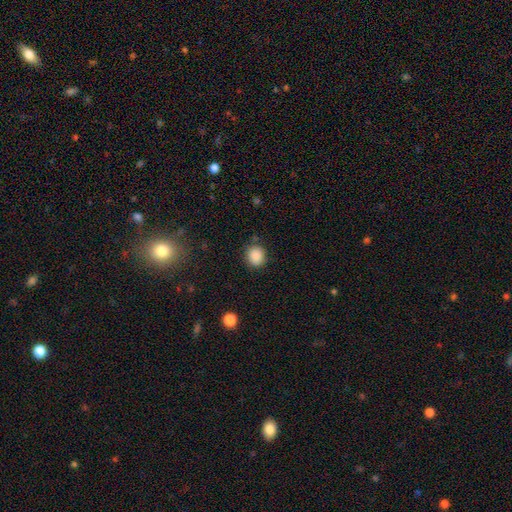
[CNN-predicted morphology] Smooth or featured: smooth — 88% (star or artifact — 9%)
How rounded: round — 80% (in between — 20%)
Merging: none — 83% (minor disturbance — 11%)